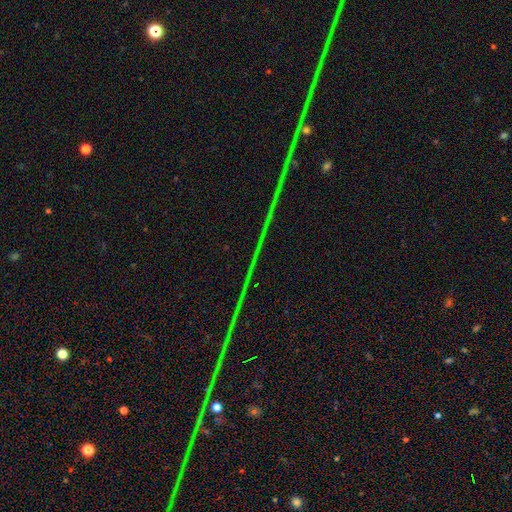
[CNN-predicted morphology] smooth-or-featured: star or artifact: 86% | featured or disk: 8% | smooth: 6%